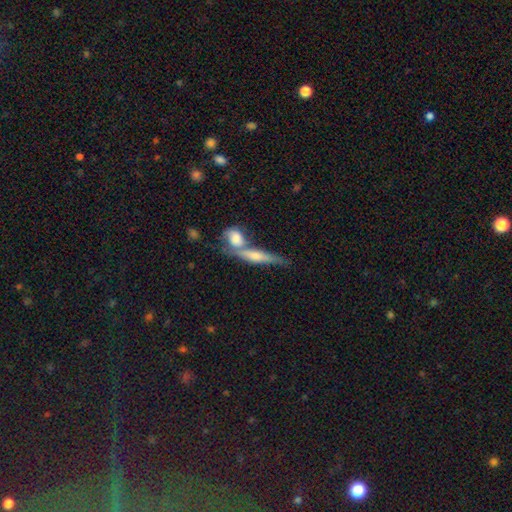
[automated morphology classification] type=smooth (51%); roundness=cigar-shaped (65%); merging=merger (49%).